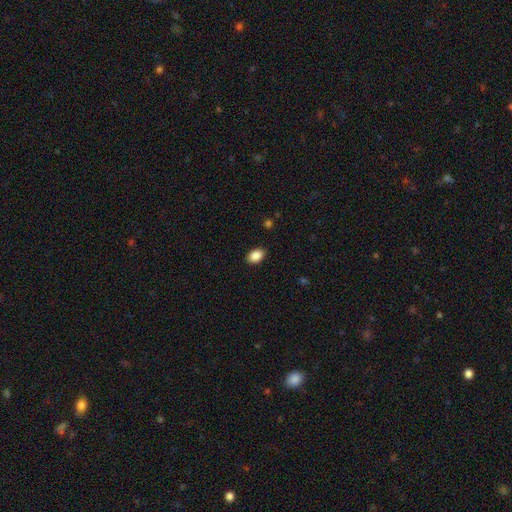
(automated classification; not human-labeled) The model was most divided on "how rounded": in between: 87%, round: 12%, cigar-shaped: 1%. More confident: smooth or featured — smooth (89%); merging — none (88%).